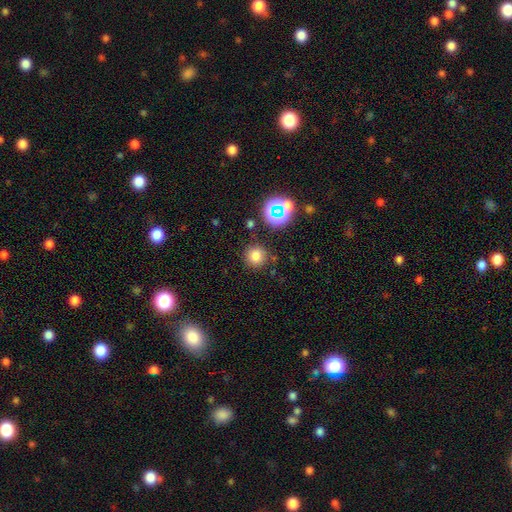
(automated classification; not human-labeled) smooth_or_featured: smooth (p=0.74) [alt: star or artifact p=0.19]
how_rounded: round (p=0.94) [alt: in between p=0.05]
merging: none (p=0.85) [alt: minor disturbance p=0.08]